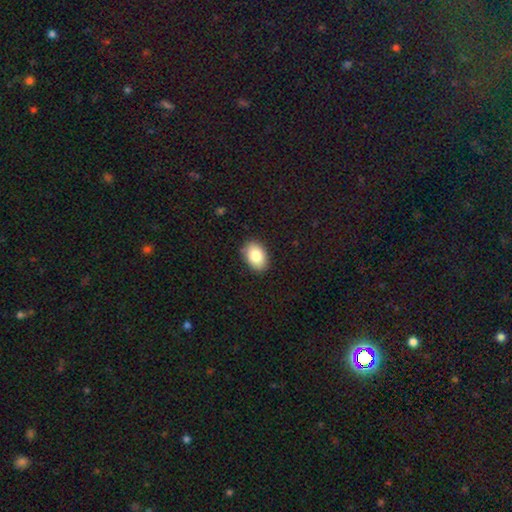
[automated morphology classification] smooth 84%, featured or disk 9%, star or artifact 8%. Down the decision tree: how rounded — in between (86%); merging — none (87%).